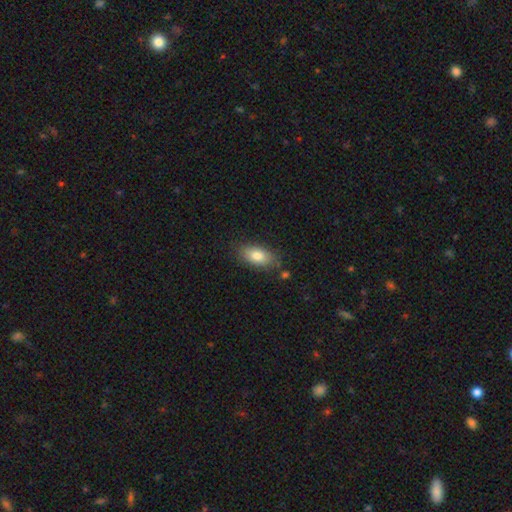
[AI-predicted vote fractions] Q: Smooth or featured?
A: smooth (81%); runner-up: featured or disk (11%)
Q: How rounded?
A: in between (88%); runner-up: cigar-shaped (7%)
Q: Merging?
A: none (81%); runner-up: minor disturbance (13%)